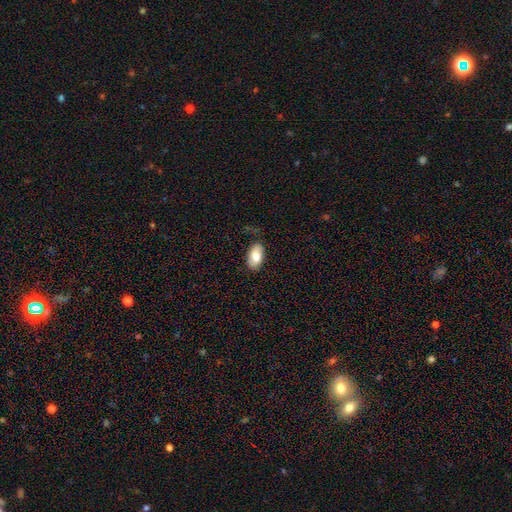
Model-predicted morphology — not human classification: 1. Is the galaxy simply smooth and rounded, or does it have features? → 78% smooth, 15% featured or disk, 7% star or artifact.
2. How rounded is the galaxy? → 94% in between, 4% round, 2% cigar-shaped.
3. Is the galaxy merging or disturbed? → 78% none, 17% minor disturbance, 4% major disturbance, 1% merger.